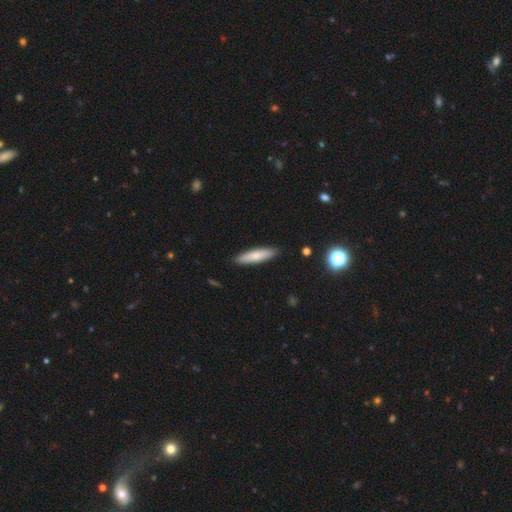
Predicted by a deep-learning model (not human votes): Overall: smooth (75%). How rounded: cigar-shaped (76%). Merging: none (89%).